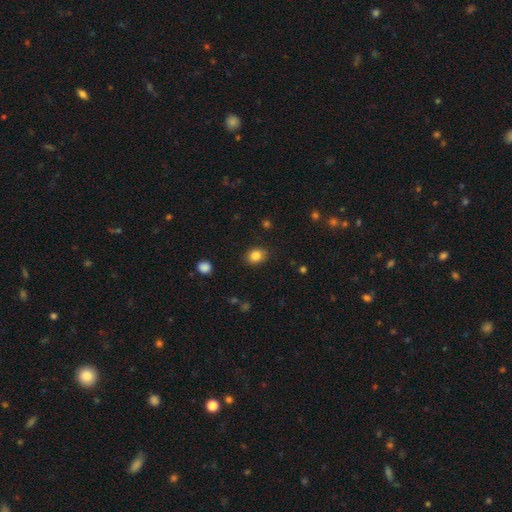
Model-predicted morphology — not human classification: Smooth or featured? smooth (85%)
How rounded? in between (53%)
Merging? none (85%)